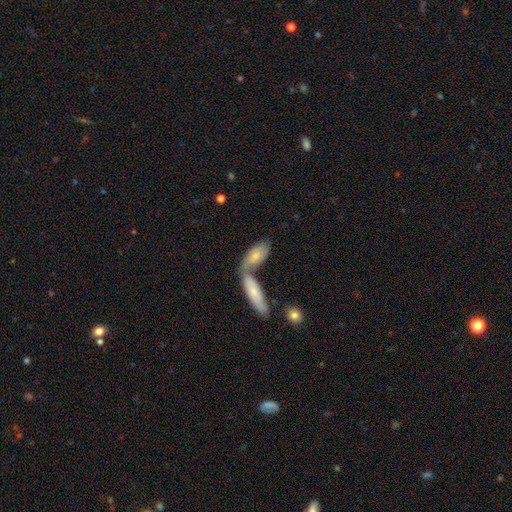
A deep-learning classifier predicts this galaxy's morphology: Q: Smooth or featured?
A: smooth (68%); runner-up: featured or disk (26%)
Q: How rounded?
A: in between (74%); runner-up: cigar-shaped (23%)
Q: Merging?
A: merger (56%); runner-up: none (31%)